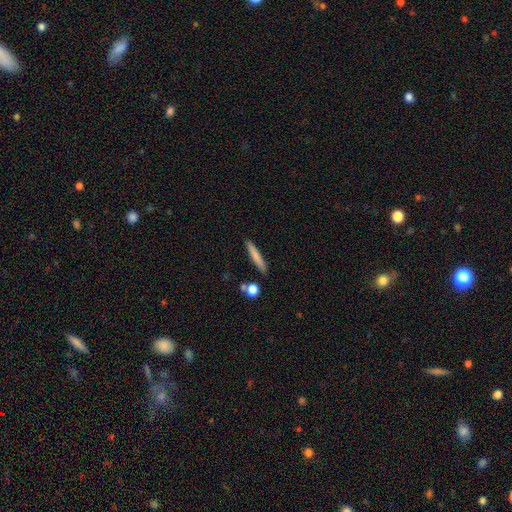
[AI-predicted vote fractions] smooth_or_featured: smooth (p=0.74) [alt: featured or disk p=0.19]
how_rounded: cigar-shaped (p=0.93) [alt: in between p=0.05]
merging: none (p=0.87) [alt: minor disturbance p=0.08]